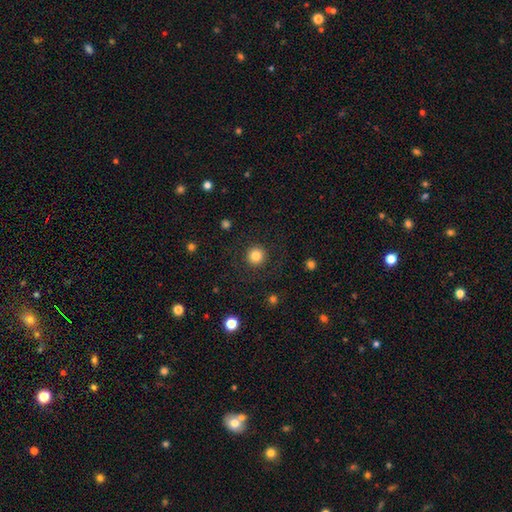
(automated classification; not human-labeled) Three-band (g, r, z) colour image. It shows a smooth galaxy with no disk features (83%) that is round (95%). Merging: none (91%).